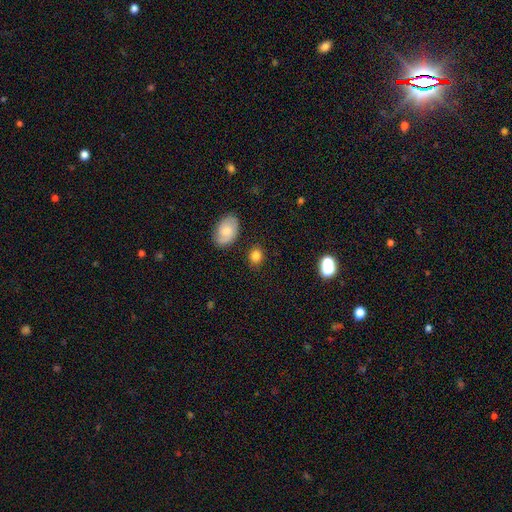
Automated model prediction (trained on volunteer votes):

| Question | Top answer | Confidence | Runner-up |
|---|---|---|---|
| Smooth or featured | smooth | 82% | star or artifact (11%) |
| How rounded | round | 57% | in between (42%) |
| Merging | none | 83% | minor disturbance (11%) |